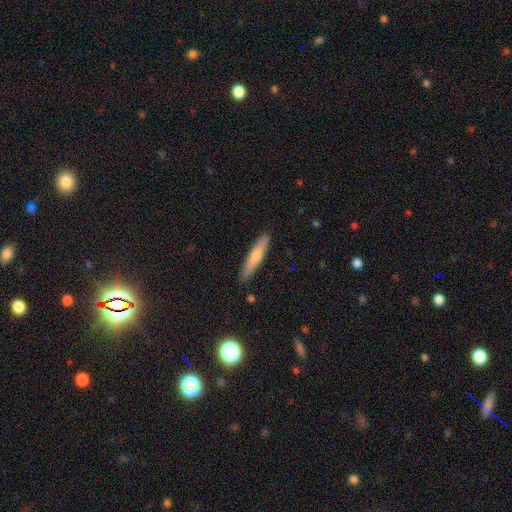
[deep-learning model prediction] This is likely a smooth galaxy (65%). How rounded: clearly cigar-shaped (89%). Merging: clearly none (89%).